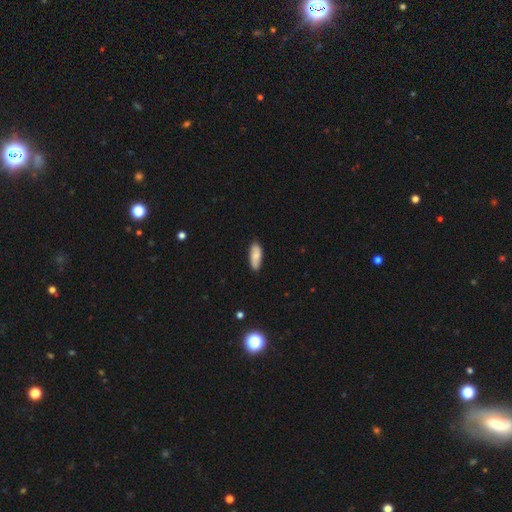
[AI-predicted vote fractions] Smooth or featured? smooth (77%)
How rounded? in between (74%)
Merging? none (85%)